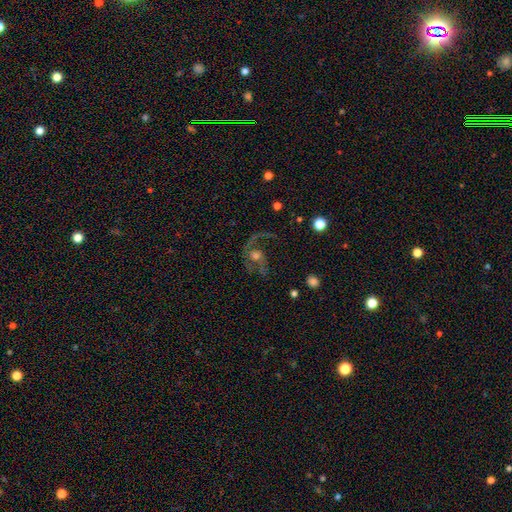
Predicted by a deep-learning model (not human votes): The model was most divided on "merging": none: 45%, major disturbance: 36%, minor disturbance: 14%, merger: 4%. Remaining: edge-on disk — no (97%); spiral arms — yes (87%); smooth or featured — featured or disk (74%); bar — no (69%); bulge size — moderate (56%); spiral winding — loose (53%); spiral arm count — 2 (48%).